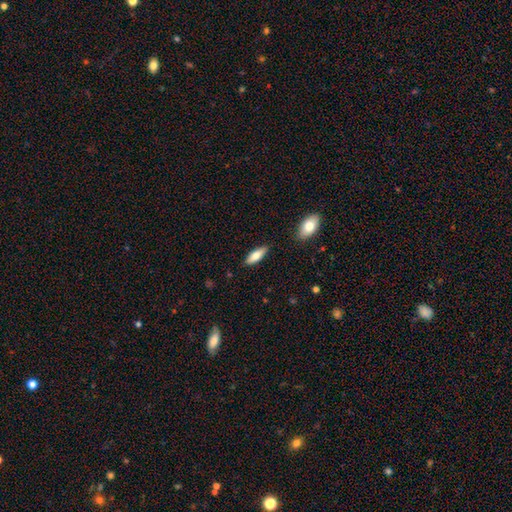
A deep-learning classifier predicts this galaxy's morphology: The model was most divided on "how rounded": in between: 59%, cigar-shaped: 38%, round: 2%. More confident: merging — none (86%); smooth or featured — smooth (71%).